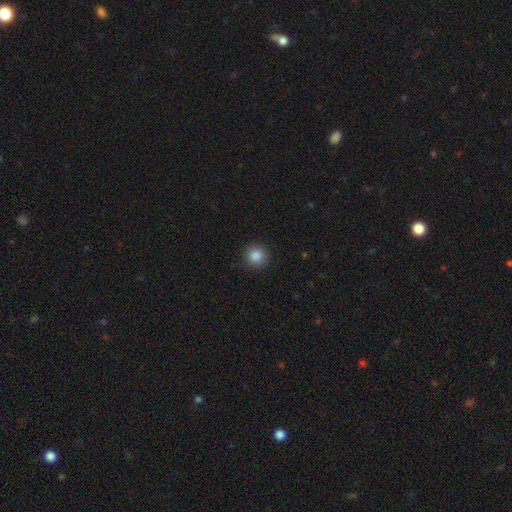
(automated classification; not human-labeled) A smooth galaxy with no disk features (86%) that is round (92%). Merging: none (90%).